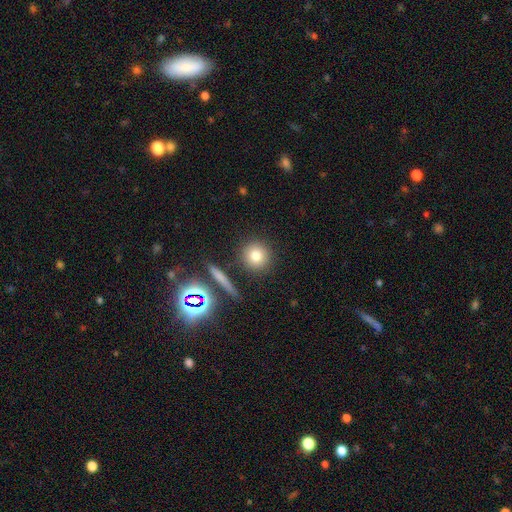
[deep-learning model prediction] Smooth or featured?
  - smooth: 78% *
  - star or artifact: 12%
  - featured or disk: 10%
How rounded?
  - round: 92% *
  - in between: 6%
  - cigar-shaped: 2%
Merging?
  - none: 85% *
  - minor disturbance: 7%
  - merger: 4%
  - major disturbance: 3%